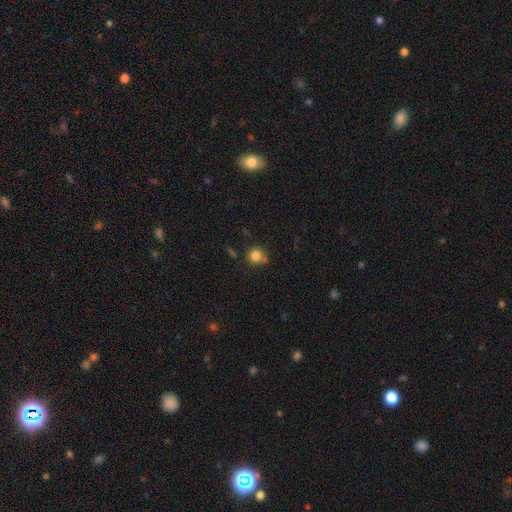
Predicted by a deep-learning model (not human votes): smooth-or-featured: smooth: 82% | star or artifact: 11% | featured or disk: 6%
  how-rounded: round: 88% | in between: 11% | cigar-shaped: 1%
  merging: none: 68% | minor disturbance: 18% | merger: 9% | major disturbance: 5%